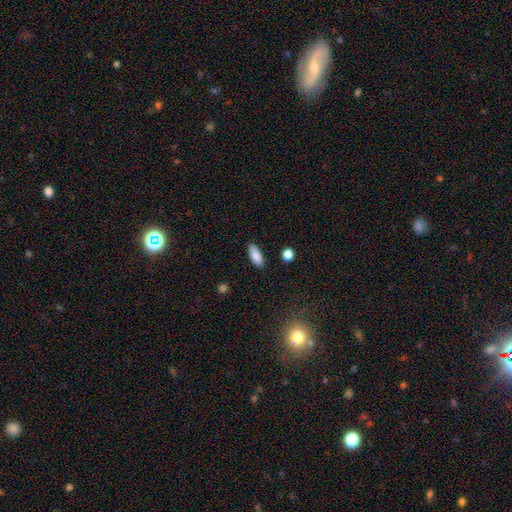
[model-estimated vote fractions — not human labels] smooth-or-featured: smooth: 87% | star or artifact: 7% | featured or disk: 6%
  how-rounded: in between: 76% | cigar-shaped: 22% | round: 2%
  merging: none: 85% | minor disturbance: 11% | major disturbance: 2% | merger: 2%